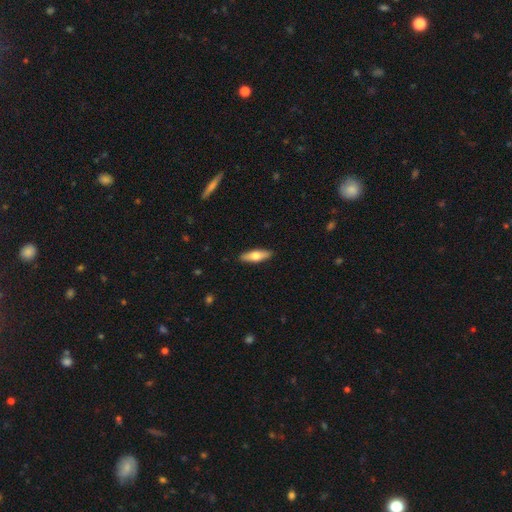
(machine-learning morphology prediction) This appears to be a smooth galaxy with no disk features (65%) that is in between round and cigar-shaped (51%). Merging: none (90%).